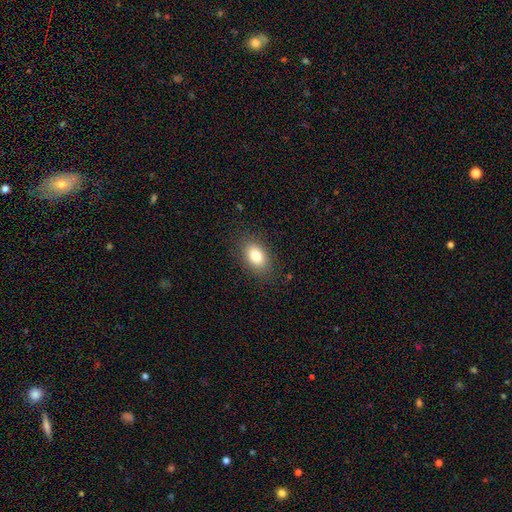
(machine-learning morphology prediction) This appears to be a smooth galaxy with no disk features (84%) that is in between round and cigar-shaped (90%). Merging: none (85%).